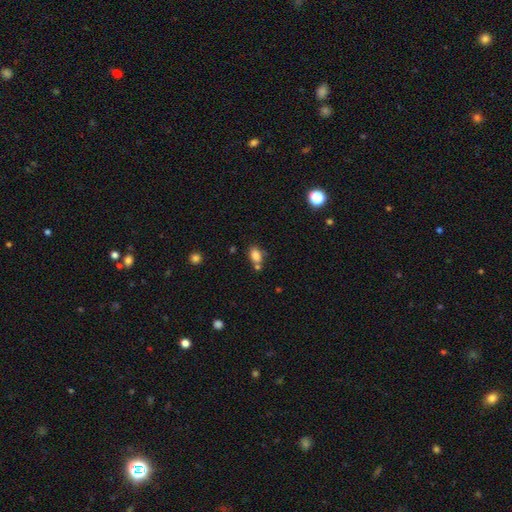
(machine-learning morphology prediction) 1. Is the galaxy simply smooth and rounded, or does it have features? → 83% smooth, 11% star or artifact, 7% featured or disk.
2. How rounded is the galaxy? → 83% in between, 15% round, 2% cigar-shaped.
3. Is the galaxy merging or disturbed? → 57% none, 23% merger, 15% minor disturbance, 5% major disturbance.